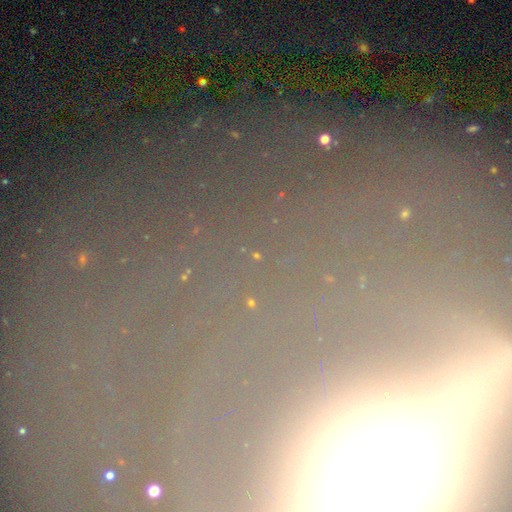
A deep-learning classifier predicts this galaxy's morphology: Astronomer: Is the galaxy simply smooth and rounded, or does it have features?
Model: star or artifact — 46% (runner-up: featured or disk, 32%).